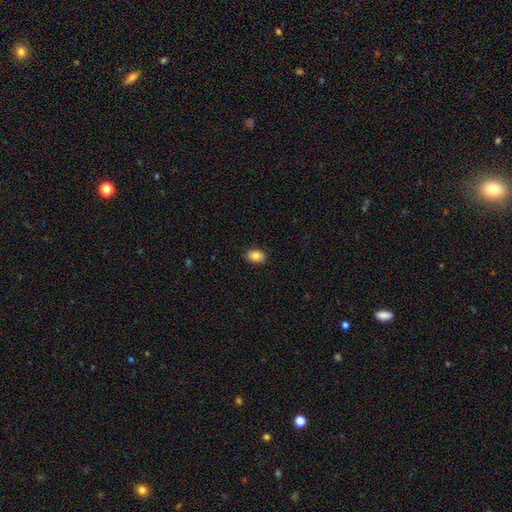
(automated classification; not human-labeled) Morphology: type=smooth (85%); roundness=in between (82%); merging=none (88%).